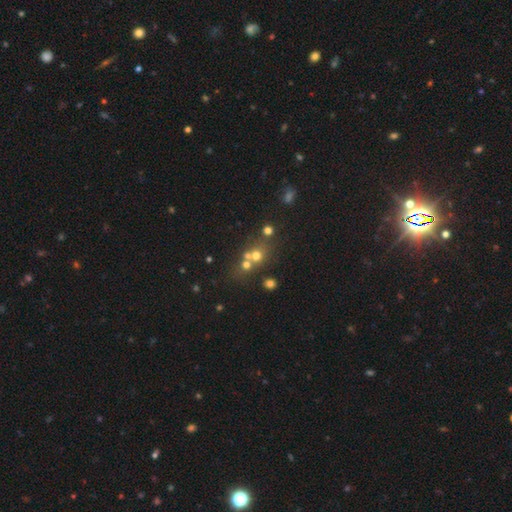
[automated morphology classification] Overall: smooth (58%; star or artifact 22%). How rounded: round (80%). Merging: none (44%; merger 43%).